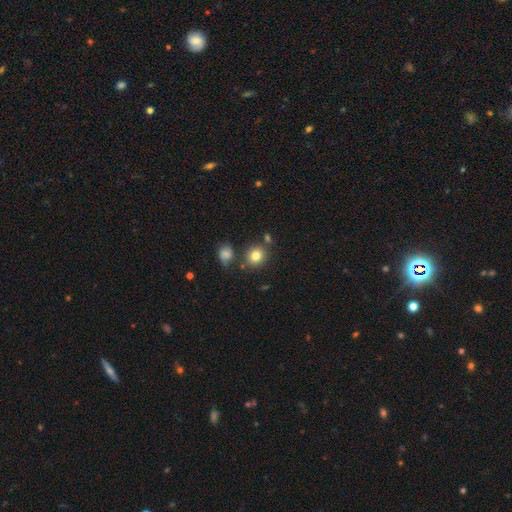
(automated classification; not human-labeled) This appears to be a smooth galaxy with no disk features (81%) that is round (79%). Merging: none (78%).